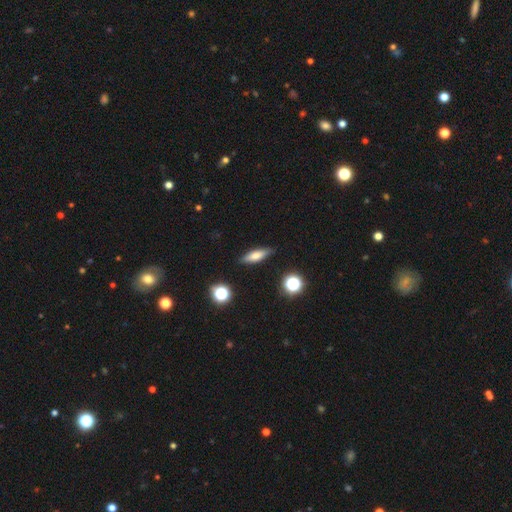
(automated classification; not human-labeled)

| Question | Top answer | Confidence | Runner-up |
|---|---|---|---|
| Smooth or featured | smooth | 66% | featured or disk (25%) |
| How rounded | cigar-shaped | 56% | in between (40%) |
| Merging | none | 86% | minor disturbance (10%) |